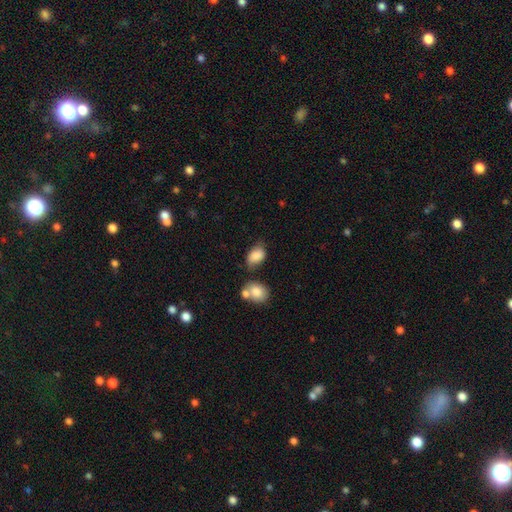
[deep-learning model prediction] Smooth or featured: smooth — 84% (featured or disk — 8%)
How rounded: in between — 86% (round — 13%)
Merging: none — 54% (minor disturbance — 27%)